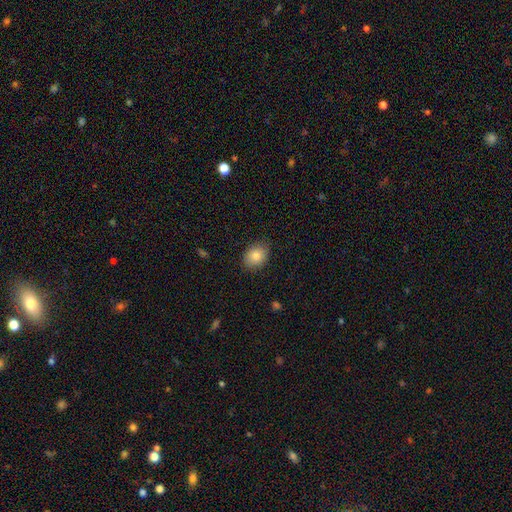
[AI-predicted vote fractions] Morphology: type=smooth (84%); roundness=in between (62%); merging=none (84%).